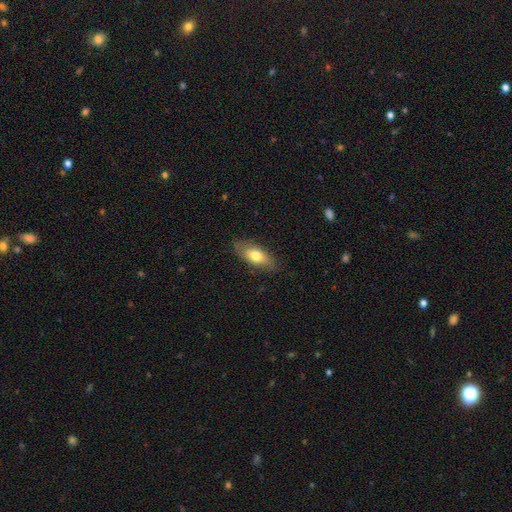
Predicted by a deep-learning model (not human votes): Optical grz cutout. It shows a smooth galaxy with no disk features (68%) that is in between round and cigar-shaped (81%). Merging: none (80%).